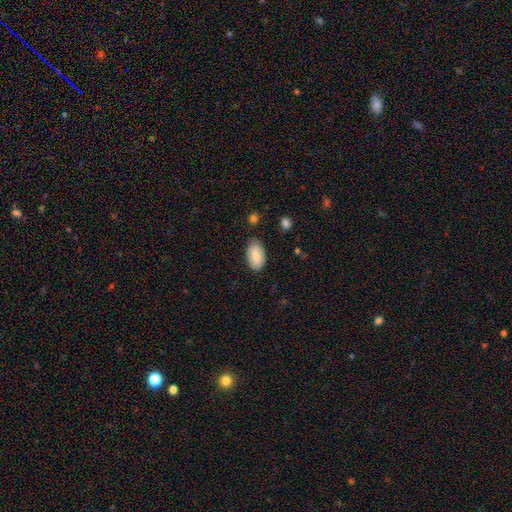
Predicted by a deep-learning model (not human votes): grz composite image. It shows a smooth galaxy with no disk features (81%) that is in between round and cigar-shaped (95%). Merging: none (79%).